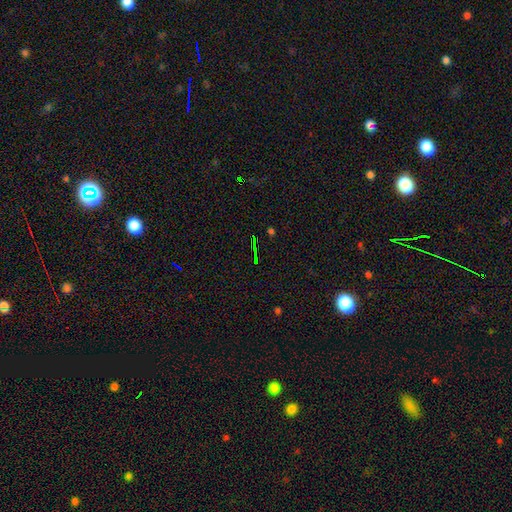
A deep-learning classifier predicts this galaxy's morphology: Q: Smooth or featured?
A: star or artifact (74%); runner-up: featured or disk (13%)